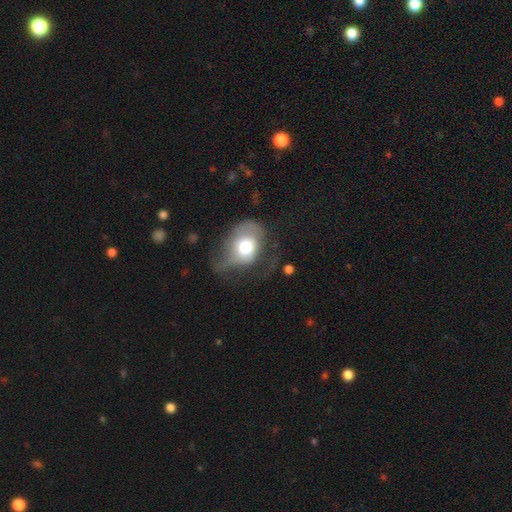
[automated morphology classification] smooth_or_featured: smooth (p=0.48) [alt: featured or disk p=0.42]
merging: major disturbance (p=0.37) [alt: none p=0.32]